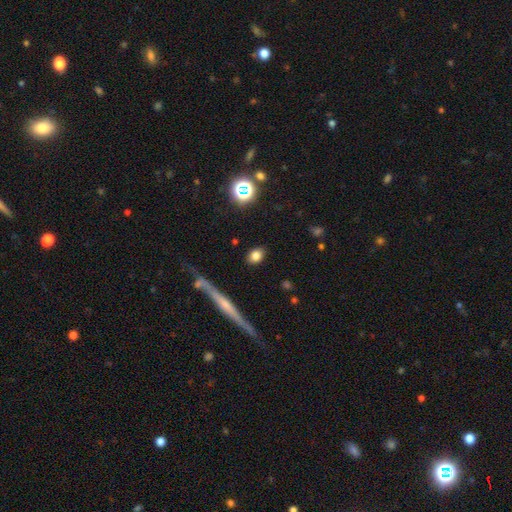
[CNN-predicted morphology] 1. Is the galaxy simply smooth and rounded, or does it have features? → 80% smooth, 11% star or artifact, 9% featured or disk.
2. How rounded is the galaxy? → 63% in between, 34% round, 3% cigar-shaped.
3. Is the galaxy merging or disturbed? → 87% none, 8% minor disturbance, 2% major disturbance, 2% merger.